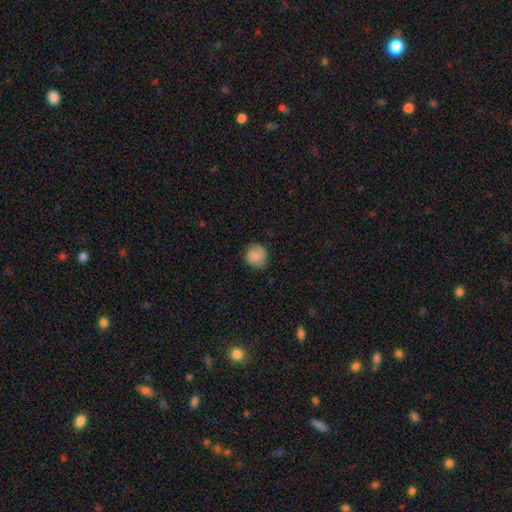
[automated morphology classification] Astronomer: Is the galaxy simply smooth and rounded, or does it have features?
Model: smooth — 84%.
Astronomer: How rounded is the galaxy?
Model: round — 89%.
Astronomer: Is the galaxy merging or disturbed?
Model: none — 76%.